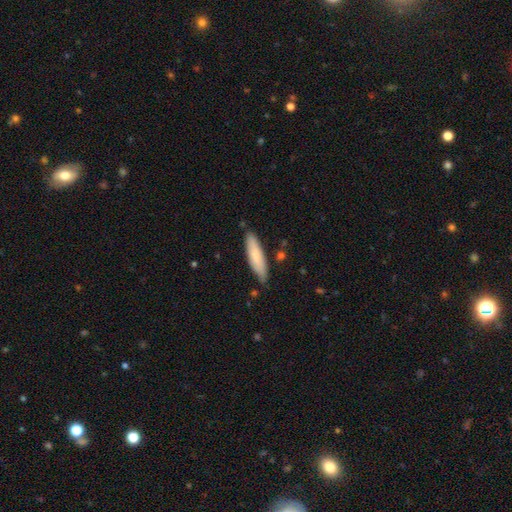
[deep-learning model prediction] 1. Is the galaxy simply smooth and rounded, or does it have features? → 80% smooth, 15% featured or disk, 5% star or artifact.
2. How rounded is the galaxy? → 70% cigar-shaped, 29% in between, 1% round.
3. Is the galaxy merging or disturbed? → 82% none, 14% minor disturbance, 2% merger, 2% major disturbance.